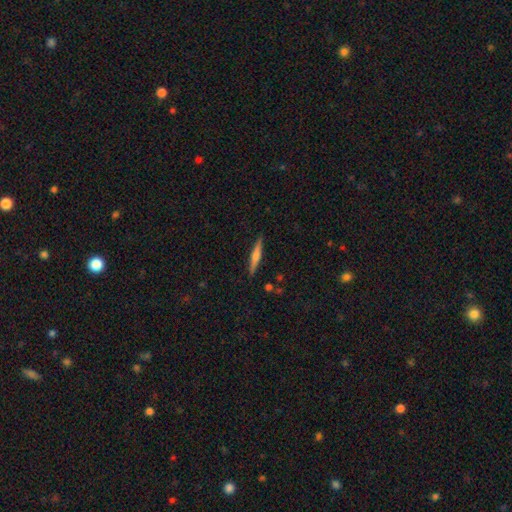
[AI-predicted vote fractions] Smooth or featured? Predicted: featured or disk (p=0.48). Merging? Predicted: none (p=0.89).